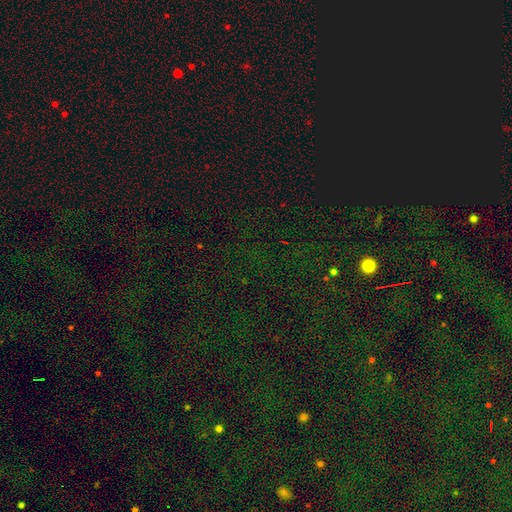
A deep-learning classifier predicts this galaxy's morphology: This is clearly a star or artifact rather than a galaxy (81%).